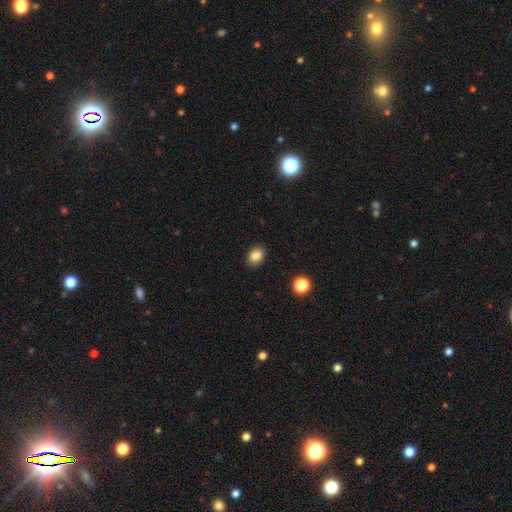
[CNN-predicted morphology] Smooth or featured: smooth — 85% (star or artifact — 10%)
How rounded: in between — 61% (round — 38%)
Merging: none — 88% (minor disturbance — 8%)